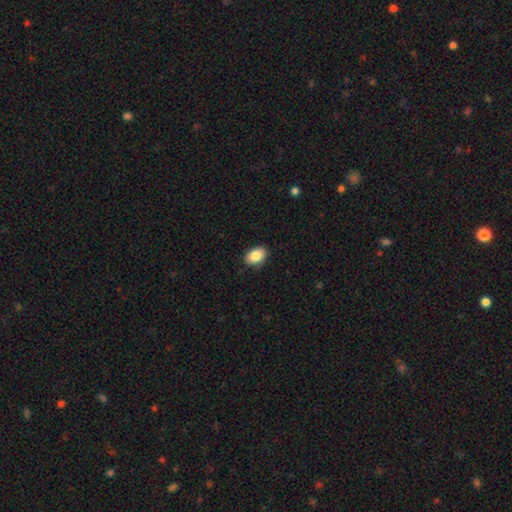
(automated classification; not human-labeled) Overall: smooth (86%). How rounded: in between (86%). Merging: none (86%).